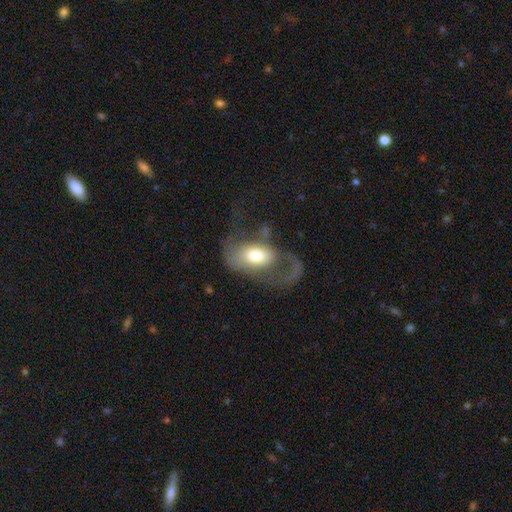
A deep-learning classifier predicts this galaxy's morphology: smooth_or_featured: smooth (p=0.49) [alt: featured or disk p=0.44]
merging: major disturbance (p=0.60) [alt: none p=0.22]